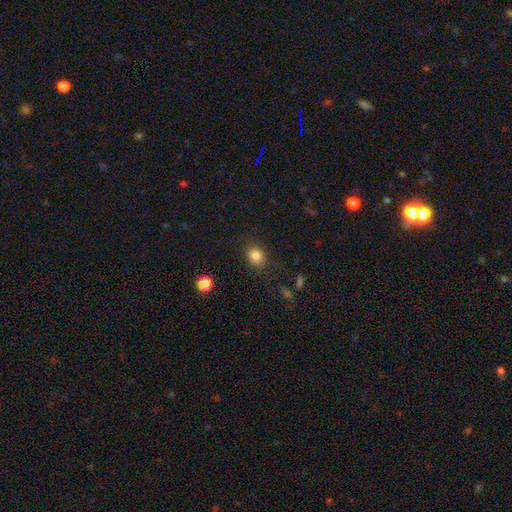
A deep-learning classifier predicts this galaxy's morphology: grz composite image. It shows a smooth galaxy with no disk features (84%) that is round (60%). Merging: none (85%).